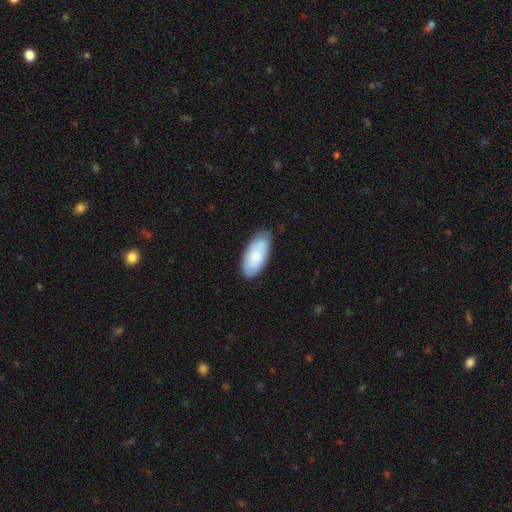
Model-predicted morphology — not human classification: Q: Smooth or featured?
A: smooth (80%); runner-up: featured or disk (14%)
Q: How rounded?
A: in between (90%); runner-up: cigar-shaped (8%)
Q: Merging?
A: none (77%); runner-up: minor disturbance (18%)